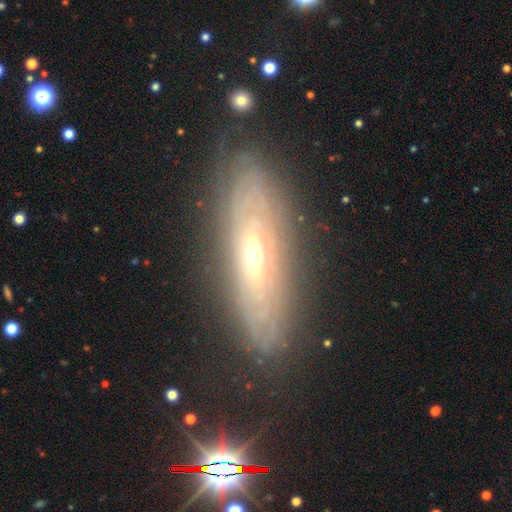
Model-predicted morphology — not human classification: A featured or disk galaxy (68%). Merging: none (85%).